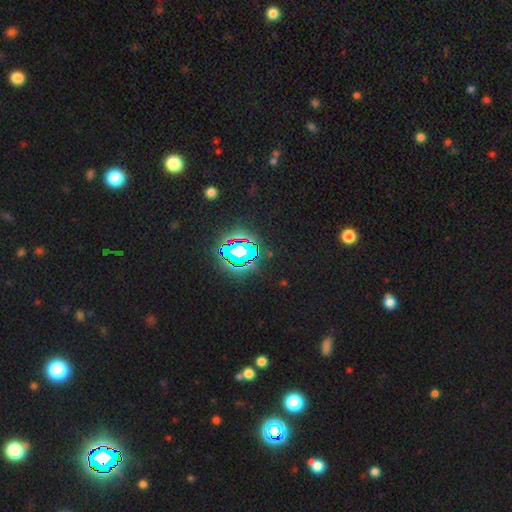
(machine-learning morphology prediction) A star or artifact, not a galaxy (82%).

Vote fractions:
- Smooth or featured? star or artifact: 82% / smooth: 11% / featured or disk: 7%